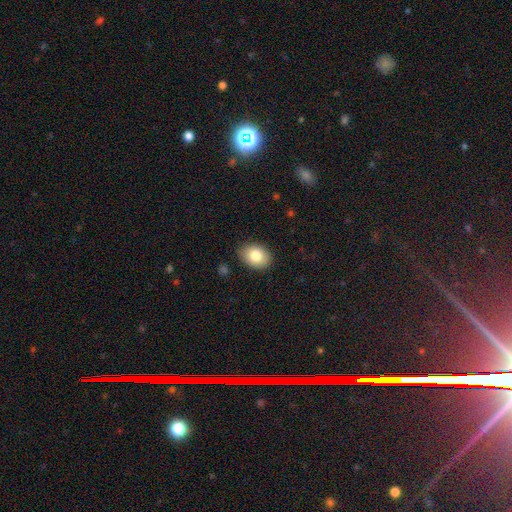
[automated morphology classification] This is clearly a smooth galaxy (81%). How rounded: likely in between (72%). Merging: clearly none (85%).